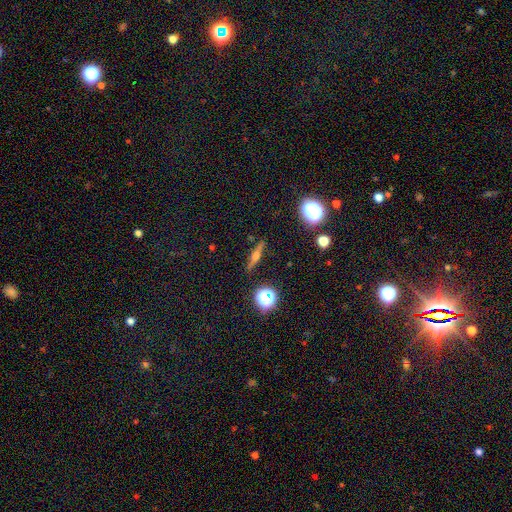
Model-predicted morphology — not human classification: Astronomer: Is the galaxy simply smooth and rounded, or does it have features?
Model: featured or disk — 61%.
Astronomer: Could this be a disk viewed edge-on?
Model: yes — 96%.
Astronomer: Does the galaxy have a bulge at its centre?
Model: rounded — 89%.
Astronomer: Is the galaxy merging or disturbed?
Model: none — 89%.